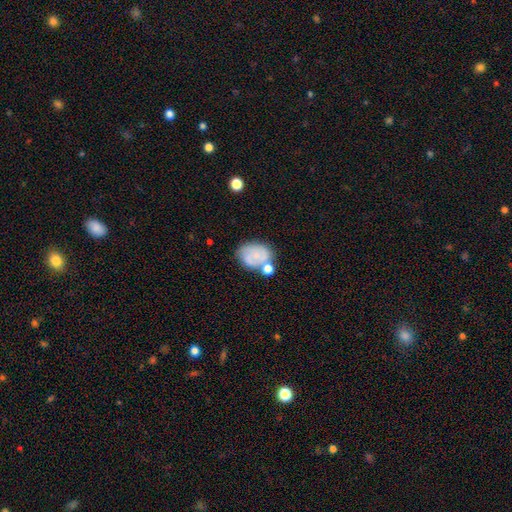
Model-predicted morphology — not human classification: A smooth galaxy with no disk features (56%) that is in between round and cigar-shaped (69%). Merging: none (47%).